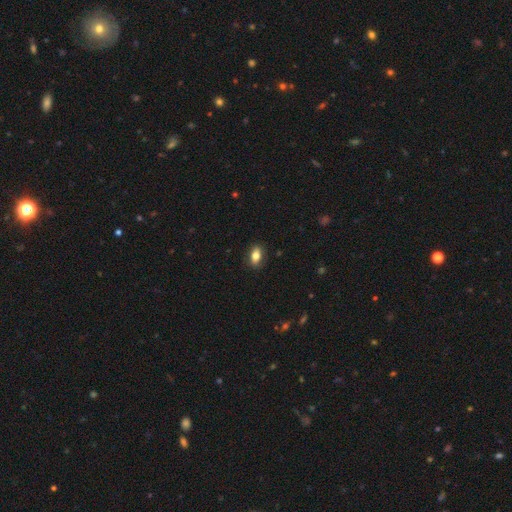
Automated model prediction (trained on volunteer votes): smooth-or-featured: smooth: 79% | featured or disk: 13% | star or artifact: 8%
  how-rounded: in between: 85% | round: 9% | cigar-shaped: 6%
  merging: none: 86% | minor disturbance: 10% | major disturbance: 2% | merger: 1%